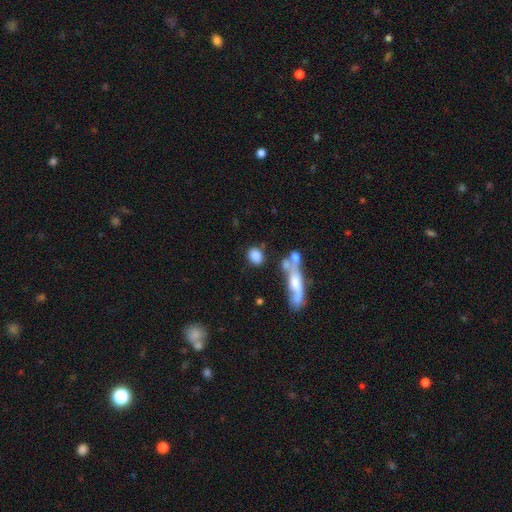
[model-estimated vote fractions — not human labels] smooth_or_featured: smooth (p=0.81) [alt: featured or disk p=0.11]
how_rounded: round (p=0.53) [alt: in between p=0.40]
merging: none (p=0.63) [alt: merger p=0.17]